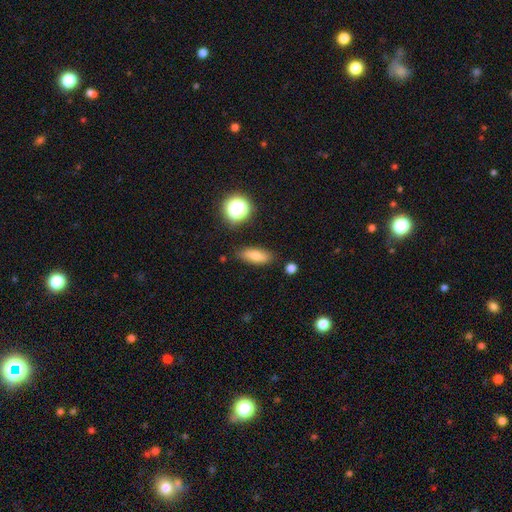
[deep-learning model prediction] A smooth galaxy with no disk features (75%) that is in between round and cigar-shaped (67%). Merging: none (82%).